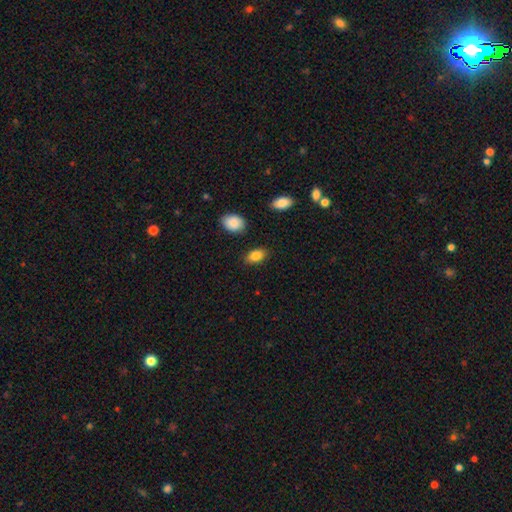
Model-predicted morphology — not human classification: smooth-or-featured: smooth: 86% | star or artifact: 8% | featured or disk: 6%
  how-rounded: in between: 89% | round: 9% | cigar-shaped: 2%
  merging: none: 85% | minor disturbance: 10% | major disturbance: 2% | merger: 2%